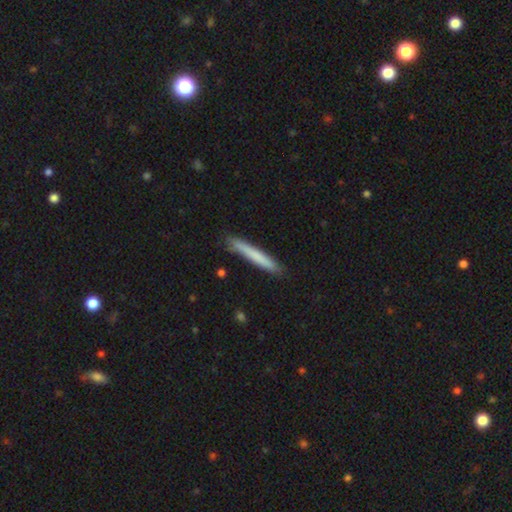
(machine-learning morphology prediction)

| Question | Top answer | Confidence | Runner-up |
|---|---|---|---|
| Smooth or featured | smooth | 74% | featured or disk (21%) |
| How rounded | cigar-shaped | 96% | in between (3%) |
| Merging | none | 85% | minor disturbance (12%) |